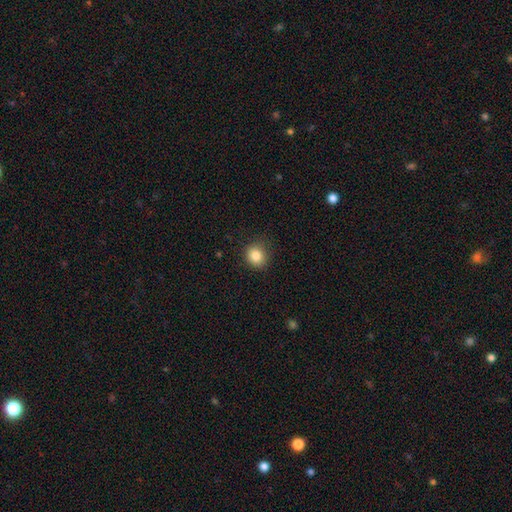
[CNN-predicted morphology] Q: Smooth or featured?
A: smooth (84%); runner-up: star or artifact (10%)
Q: How rounded?
A: round (83%); runner-up: in between (16%)
Q: Merging?
A: none (84%); runner-up: minor disturbance (12%)